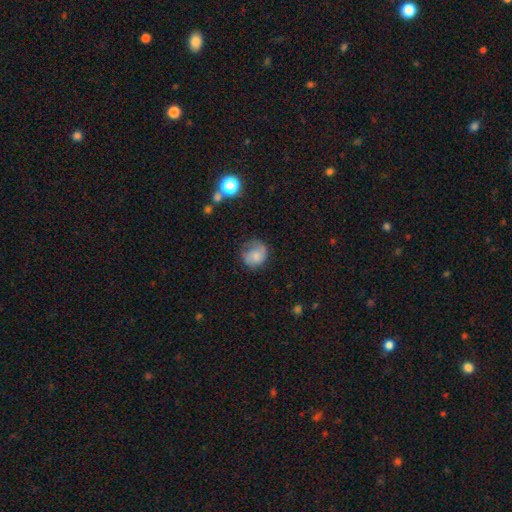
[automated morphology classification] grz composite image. It shows a smooth galaxy with no disk features (69%) that is round (74%). Merging: none (47%).